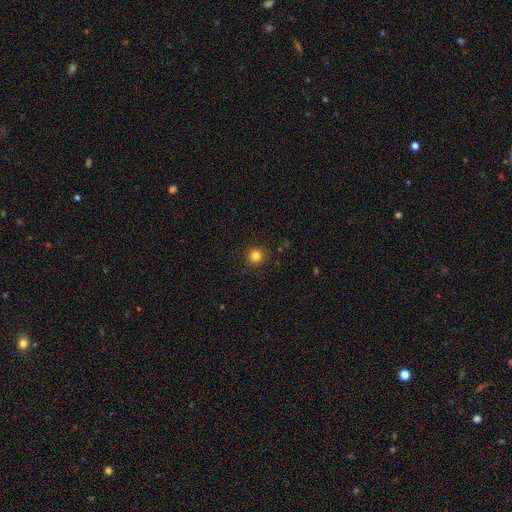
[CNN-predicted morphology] A smooth galaxy with no disk features (82%) that is round (95%). Merging: none (92%).